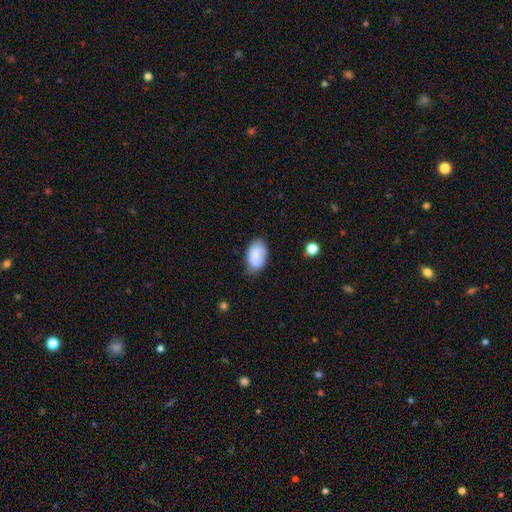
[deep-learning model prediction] Smooth or featured? Predicted: smooth (p=0.76). How rounded? Predicted: in between (p=0.92). Merging? Predicted: none (p=0.62).